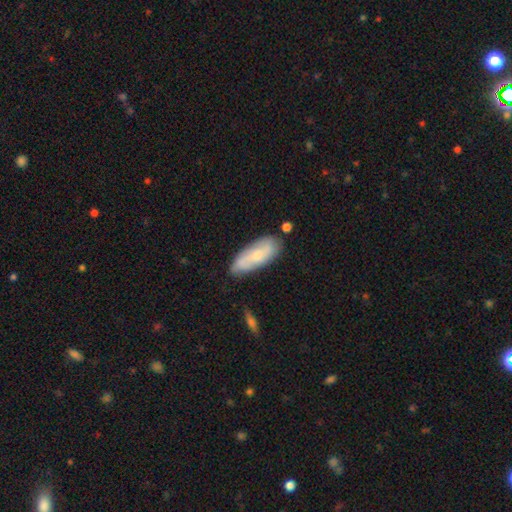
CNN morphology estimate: Smooth or featured? smooth (56%)
How rounded? in between (72%)
Merging? none (72%)